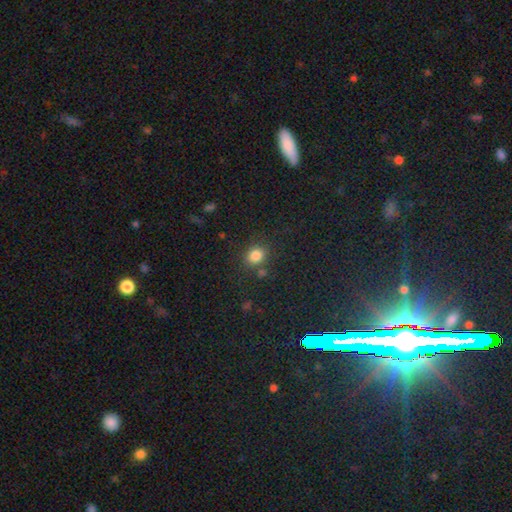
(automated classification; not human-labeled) Q: Smooth or featured?
A: smooth (82%); runner-up: star or artifact (13%)
Q: How rounded?
A: round (68%); runner-up: in between (31%)
Q: Merging?
A: none (77%); runner-up: minor disturbance (12%)